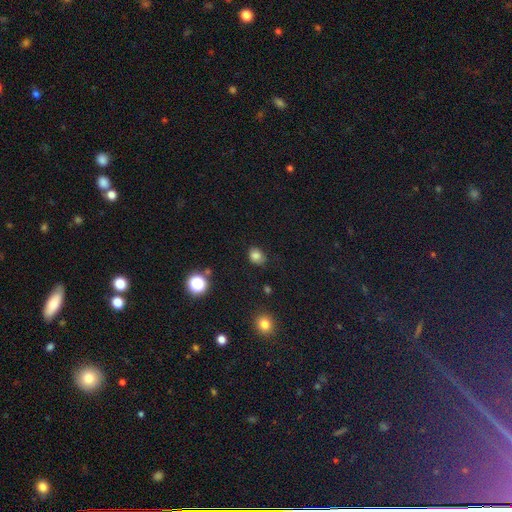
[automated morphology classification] Smooth or featured? smooth (80%)
How rounded? in between (56%)
Merging? none (70%)